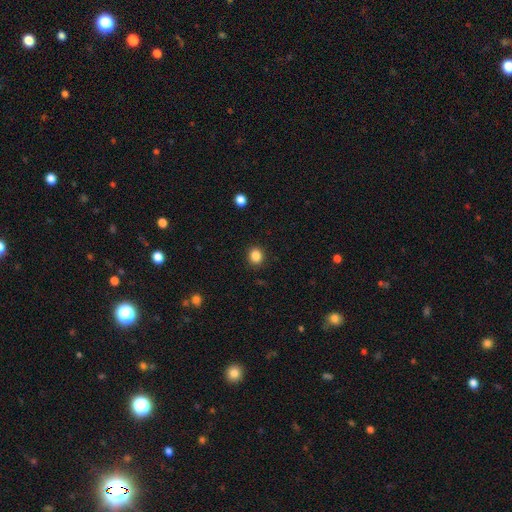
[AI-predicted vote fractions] Overall: smooth (86%). How rounded: round (78%). Merging: none (89%).